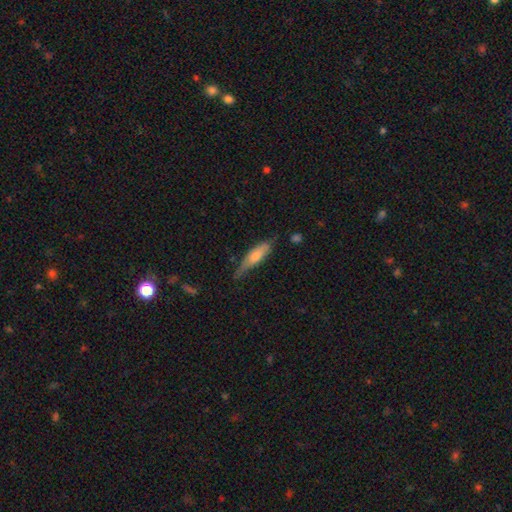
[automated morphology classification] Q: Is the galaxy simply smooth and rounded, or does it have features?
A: smooth — 47%.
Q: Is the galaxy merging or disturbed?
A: none — 61%.